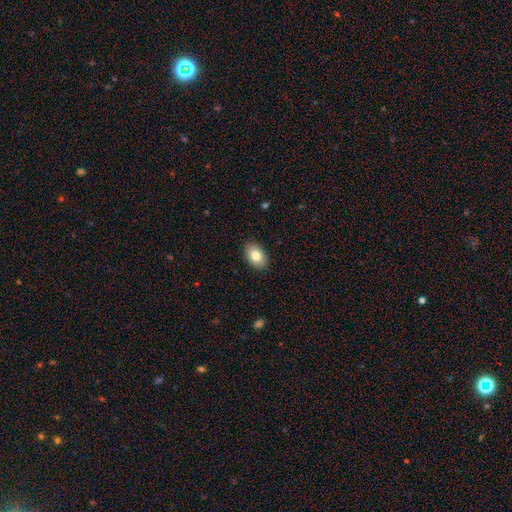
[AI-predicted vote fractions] A smooth galaxy with no disk features (81%) that is in between round and cigar-shaped (88%).

Vote fractions:
- Smooth or featured? smooth: 81% / featured or disk: 11% / star or artifact: 8%
- How rounded? in between: 88% / round: 11% / cigar-shaped: 1%
- Merging? none: 89% / minor disturbance: 8% / major disturbance: 2% / merger: 1%